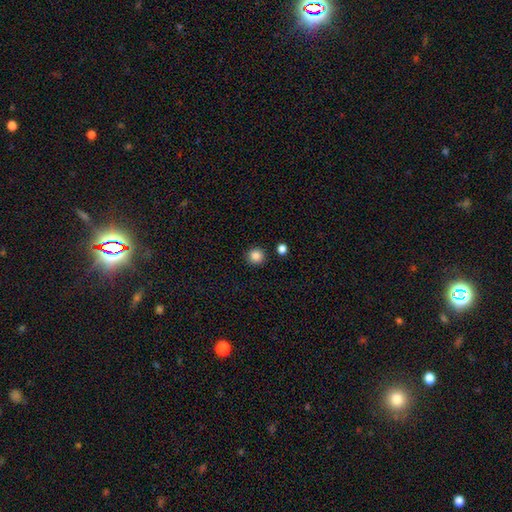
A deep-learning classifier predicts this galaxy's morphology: smooth_or_featured: smooth (p=0.86) [alt: star or artifact p=0.10]
how_rounded: round (p=0.94) [alt: in between p=0.05]
merging: none (p=0.90) [alt: minor disturbance p=0.05]